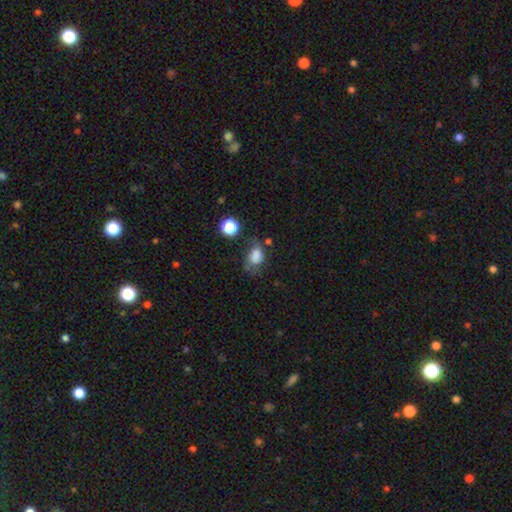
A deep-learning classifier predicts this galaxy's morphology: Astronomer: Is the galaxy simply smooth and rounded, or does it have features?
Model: smooth — 69%.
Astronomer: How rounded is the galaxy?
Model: in between — 69%.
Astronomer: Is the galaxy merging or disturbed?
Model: none — 41% (runner-up: minor disturbance, 28%).